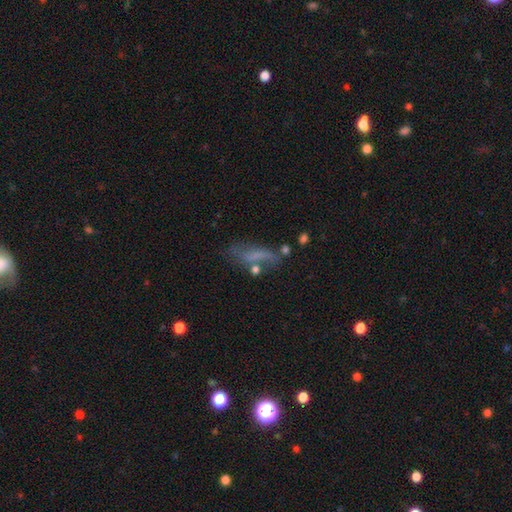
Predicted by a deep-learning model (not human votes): Smooth or featured? smooth (52%)
How rounded? cigar-shaped (50%)
Merging? none (48%)